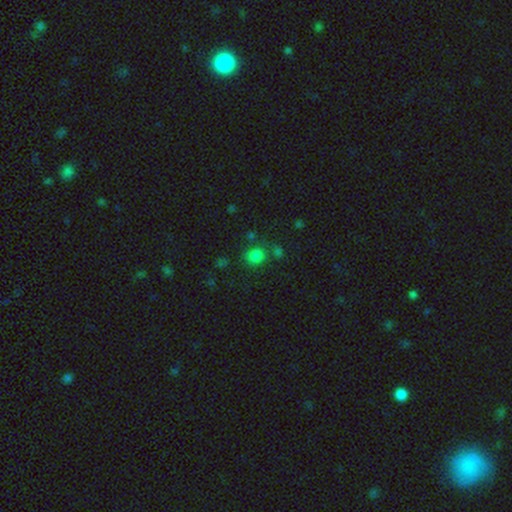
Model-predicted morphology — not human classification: smooth-or-featured: smooth: 78% | star or artifact: 17% | featured or disk: 5%
  how-rounded: round: 79% | in between: 19% | cigar-shaped: 1%
  merging: none: 73% | minor disturbance: 12% | merger: 10% | major disturbance: 5%